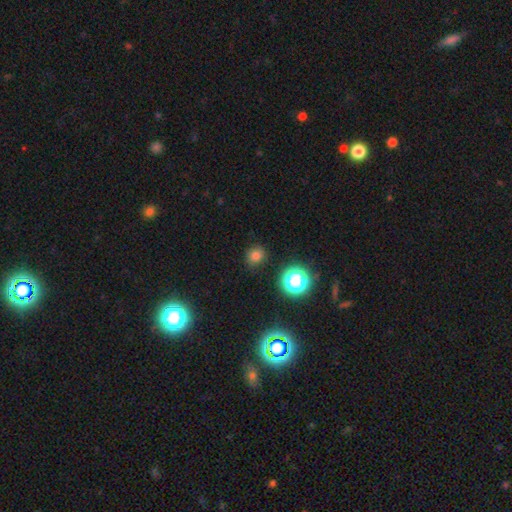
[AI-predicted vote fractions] Smooth or featured? Predicted: smooth (p=0.76). How rounded? Predicted: round (p=0.84). Merging? Predicted: none (p=0.86).